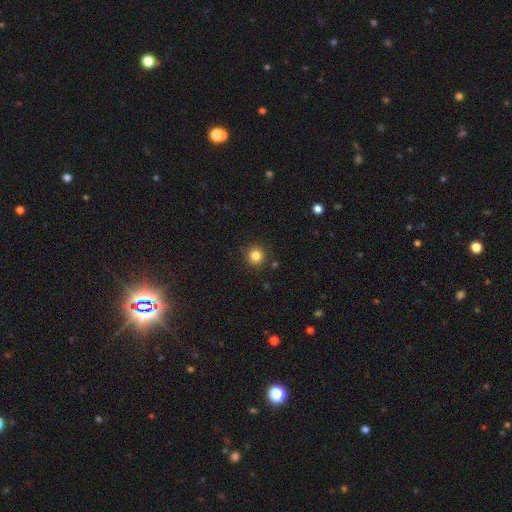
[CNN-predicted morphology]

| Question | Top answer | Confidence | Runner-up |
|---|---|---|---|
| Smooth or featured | smooth | 84% | star or artifact (12%) |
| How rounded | round | 94% | in between (5%) |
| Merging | none | 87% | minor disturbance (8%) |